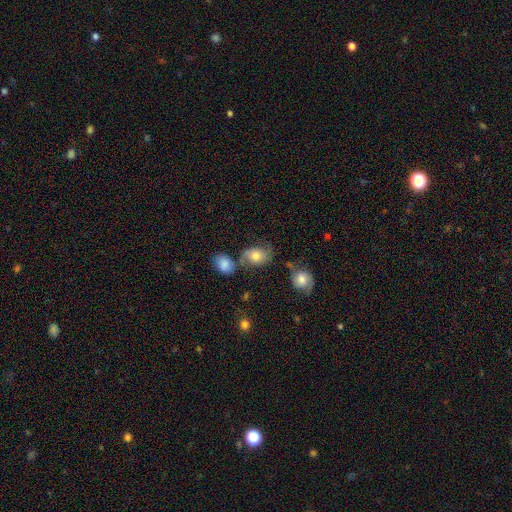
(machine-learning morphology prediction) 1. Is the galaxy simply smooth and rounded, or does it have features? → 66% smooth, 25% featured or disk, 9% star or artifact.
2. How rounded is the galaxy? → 65% in between, 34% round, 1% cigar-shaped.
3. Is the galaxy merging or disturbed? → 49% none, 25% minor disturbance, 15% merger, 11% major disturbance.